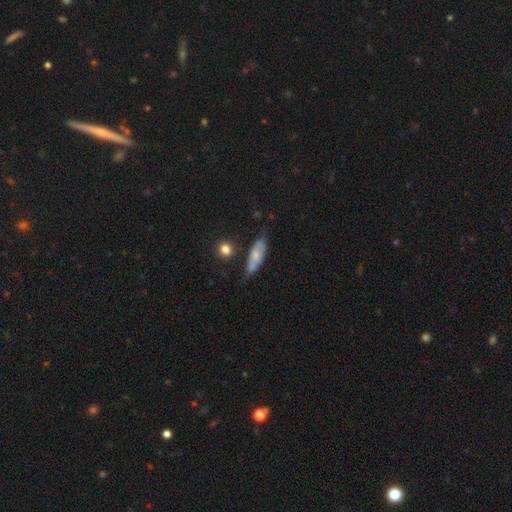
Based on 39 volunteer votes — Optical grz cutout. It shows a smooth galaxy with no disk features (49%) that is cigar-shaped (47%). Merging: none (59%).